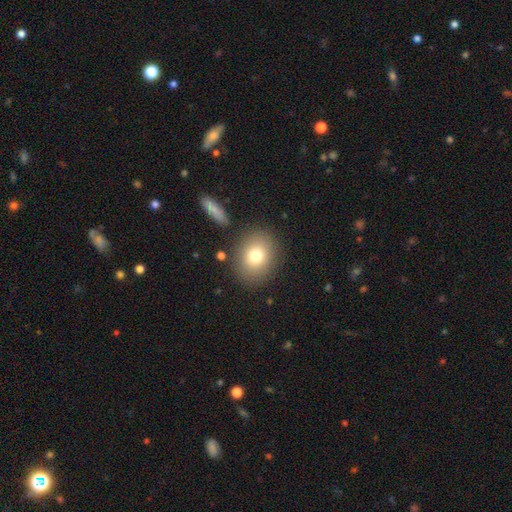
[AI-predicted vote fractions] Morphology: type=smooth (77%); roundness=round (60%); merging=none (83%).